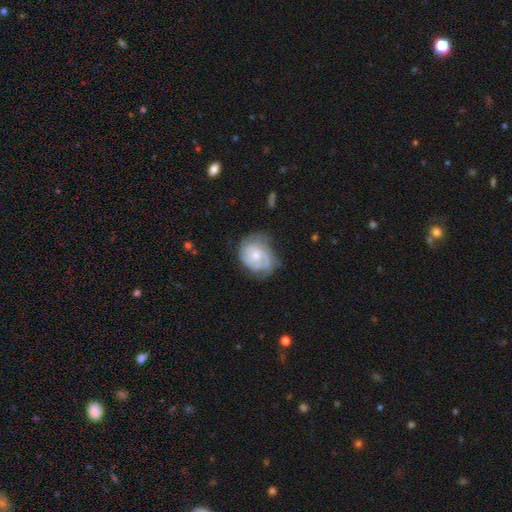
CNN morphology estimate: This is likely a featured or disk galaxy (73%). It is clearly not viewed edge-on (98%). Bar: likely no (74%). Spiral arm pattern: clearly yes (90%). Spiral arm count: marginally can't tell (33%). Spiral winding: possibly tight (60%). Central bulge: possibly small (51%). Merging: possibly none (57%).